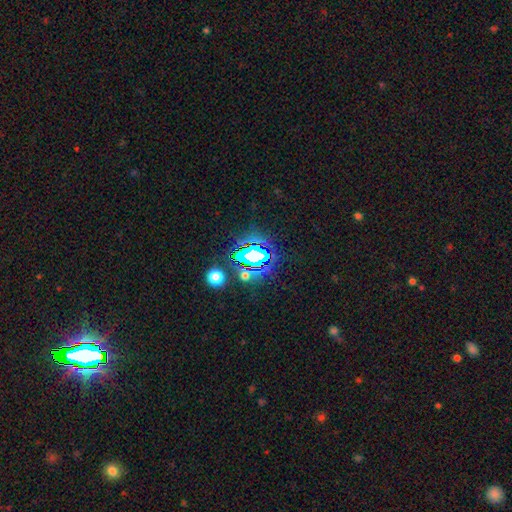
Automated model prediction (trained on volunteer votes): Smooth or featured? Predicted: star or artifact (p=0.68).